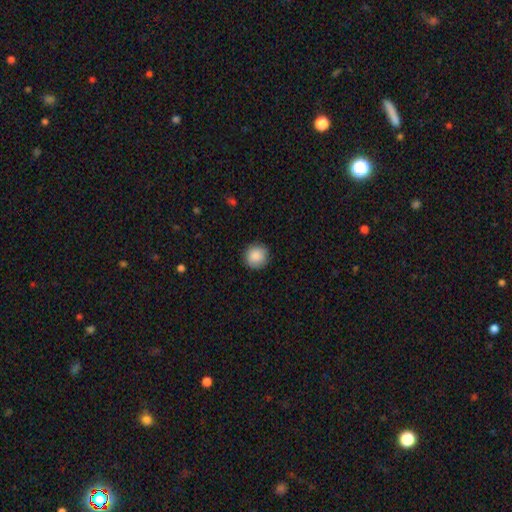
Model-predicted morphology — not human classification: Smooth or featured: smooth — 89% (star or artifact — 8%)
How rounded: round — 91% (in between — 8%)
Merging: none — 90% (minor disturbance — 7%)